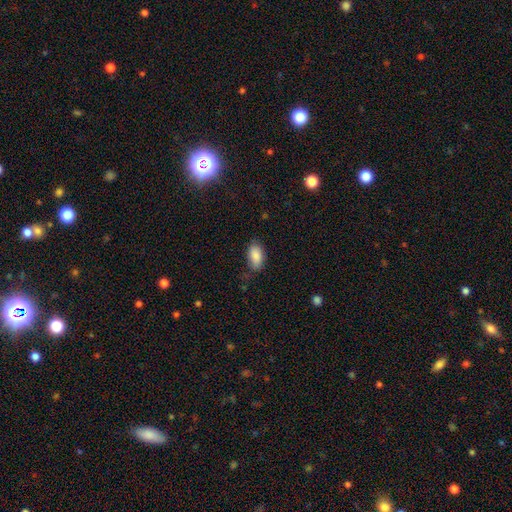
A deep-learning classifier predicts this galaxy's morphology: A smooth galaxy with no disk features (86%) that is in between round and cigar-shaped (93%). Merging: none (71%).